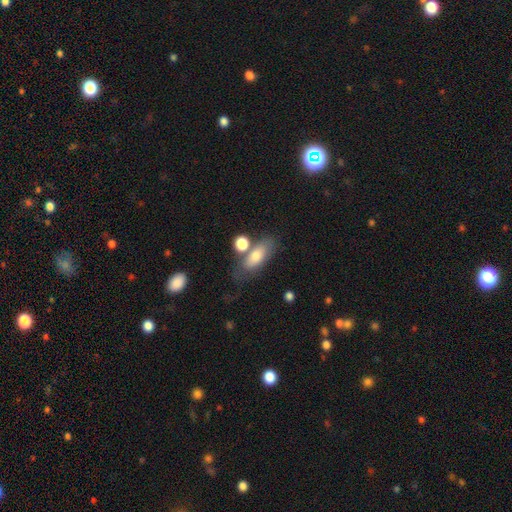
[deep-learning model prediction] Smooth or featured? smooth (73%)
How rounded? in between (76%)
Merging? none (56%)